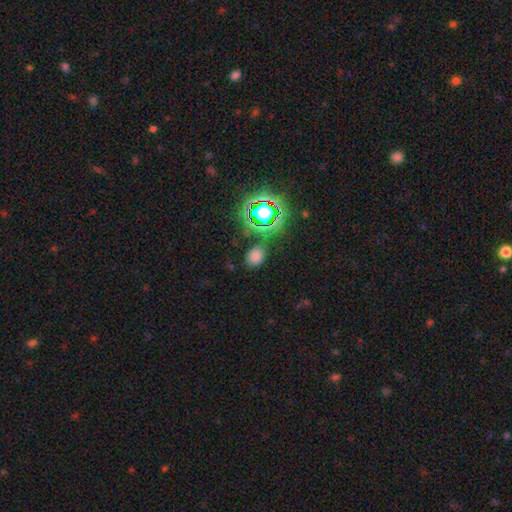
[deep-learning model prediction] The model was most divided on "how rounded": in between: 54%, round: 45%, cigar-shaped: 1%. More confident: merging — none (80%); smooth or featured — smooth (68%).